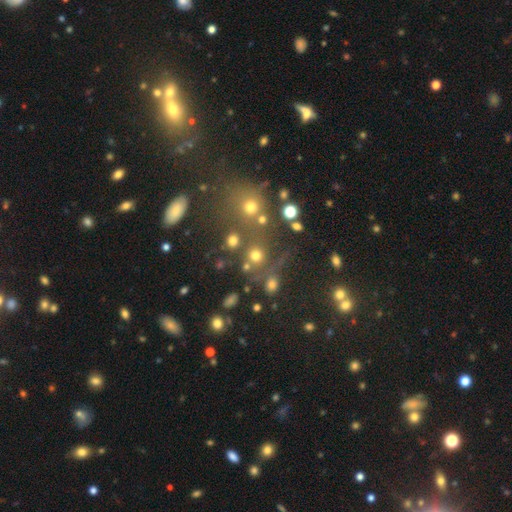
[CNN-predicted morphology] smooth_or_featured: smooth (p=0.72) [alt: star or artifact p=0.19]
how_rounded: round (p=0.88) [alt: in between p=0.10]
merging: none (p=0.65) [alt: merger p=0.19]